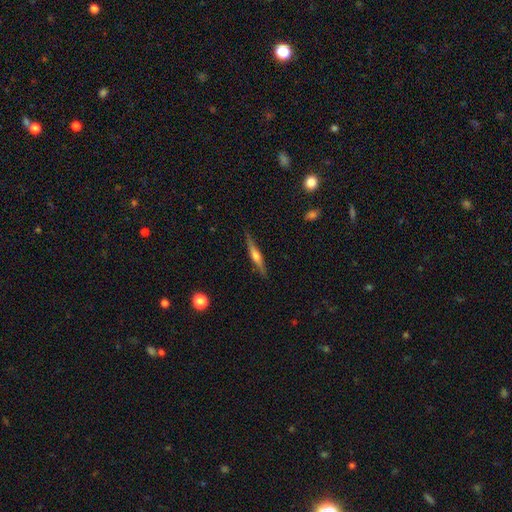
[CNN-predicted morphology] A featured or disk galaxy (60%) viewed edge-on (96%) with a rounded central bulge (80%). Merging: none (87%).